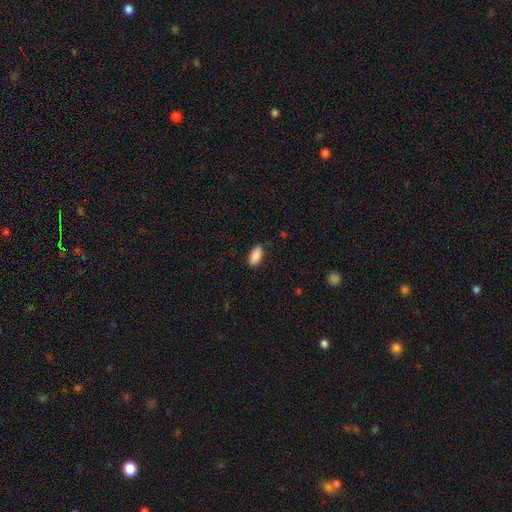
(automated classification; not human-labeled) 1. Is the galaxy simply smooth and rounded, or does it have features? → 90% smooth, 7% star or artifact, 3% featured or disk.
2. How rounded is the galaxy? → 92% in between, 6% cigar-shaped, 2% round.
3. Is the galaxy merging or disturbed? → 84% none, 12% minor disturbance, 3% major disturbance, 1% merger.